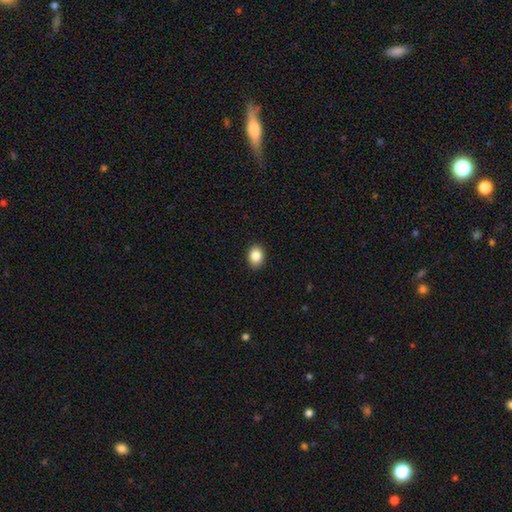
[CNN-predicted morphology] smooth_or_featured: smooth (p=0.86) [alt: star or artifact p=0.09]
how_rounded: in between (p=0.61) [alt: round p=0.38]
merging: none (p=0.90) [alt: minor disturbance p=0.07]